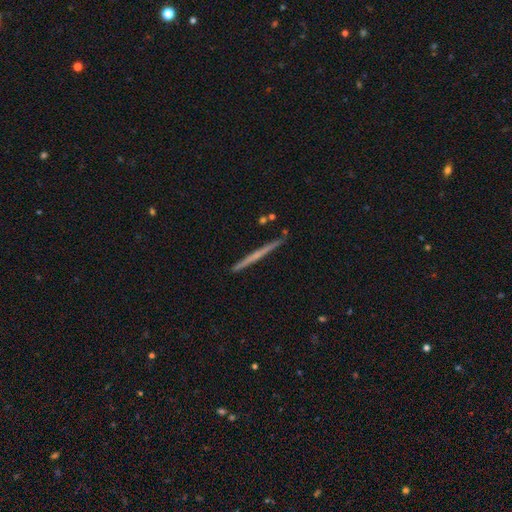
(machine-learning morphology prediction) smooth_or_featured: featured or disk (p=0.58) [alt: smooth p=0.36]
disk_edge_on: yes (p=0.98) [alt: no p=0.02]
edge_on_bulge: none (p=0.78) [alt: rounded p=0.17]
merging: none (p=0.90) [alt: minor disturbance p=0.07]